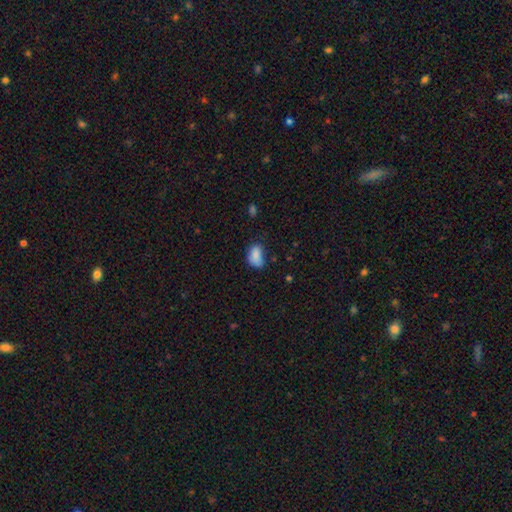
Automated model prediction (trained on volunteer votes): This is clearly a smooth galaxy (83%). How rounded: clearly in between (87%). Merging: marginally none (44%).